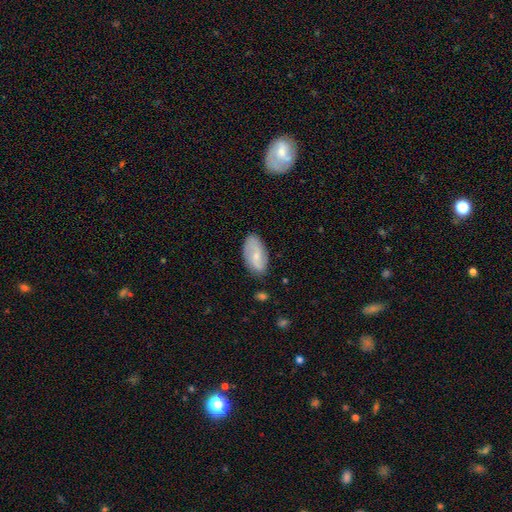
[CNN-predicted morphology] A featured or disk galaxy (49%). Merging: none (79%).